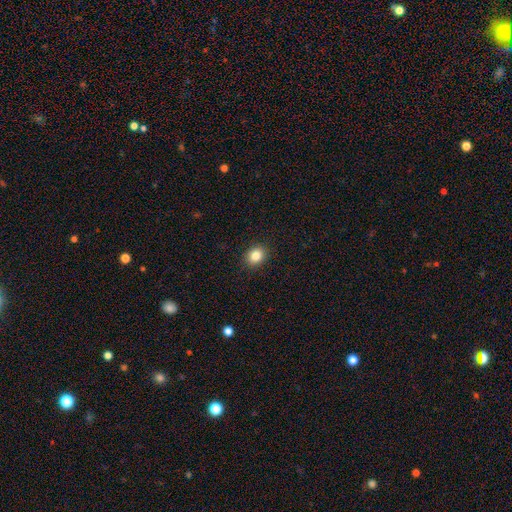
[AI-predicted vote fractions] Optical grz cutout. It shows a smooth galaxy with no disk features (84%) that is round (56%). Merging: none (91%).